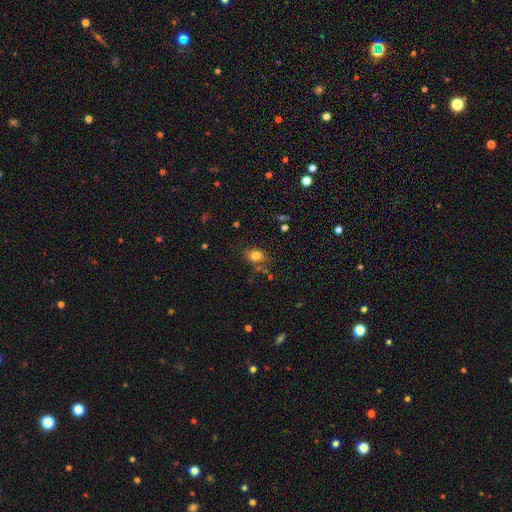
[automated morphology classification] The model was most divided on "how rounded": in between: 58%, round: 41%, cigar-shaped: 2%. More confident: smooth or featured — smooth (79%); merging — none (73%).